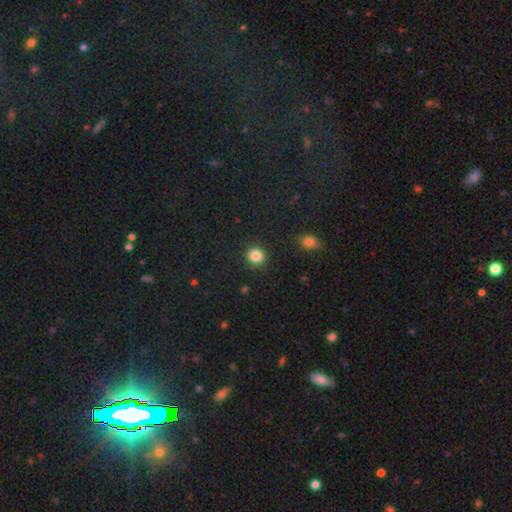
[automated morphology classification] Smooth or featured? Predicted: smooth (p=0.85). How rounded? Predicted: round (p=0.87). Merging? Predicted: none (p=0.90).